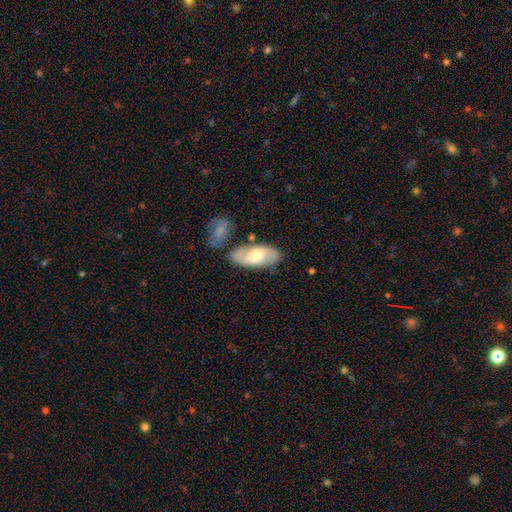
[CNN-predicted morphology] Overall: smooth (51%; featured or disk 44%). How rounded: in between (88%). Merging: none (74%).